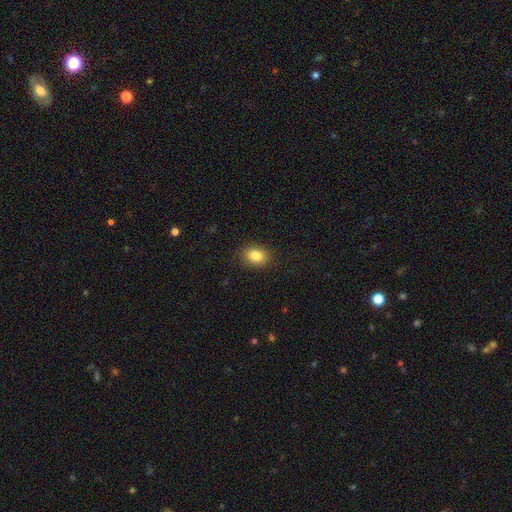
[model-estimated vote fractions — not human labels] Smooth or featured? Predicted: smooth (p=0.84). How rounded? Predicted: in between (p=0.59). Merging? Predicted: none (p=0.88).